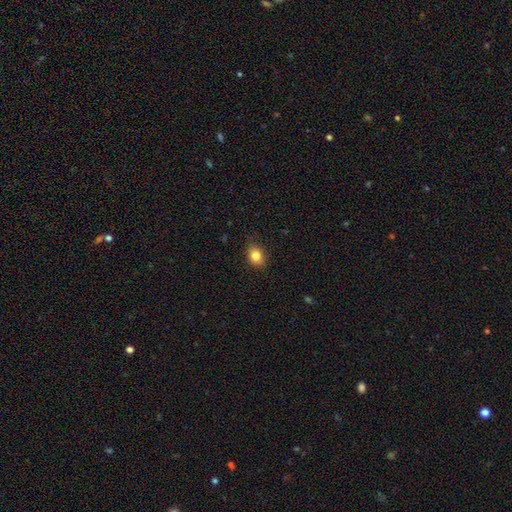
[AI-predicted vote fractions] Q: Smooth or featured?
A: smooth (84%); runner-up: star or artifact (10%)
Q: How rounded?
A: in between (53%); runner-up: round (46%)
Q: Merging?
A: none (84%); runner-up: minor disturbance (13%)